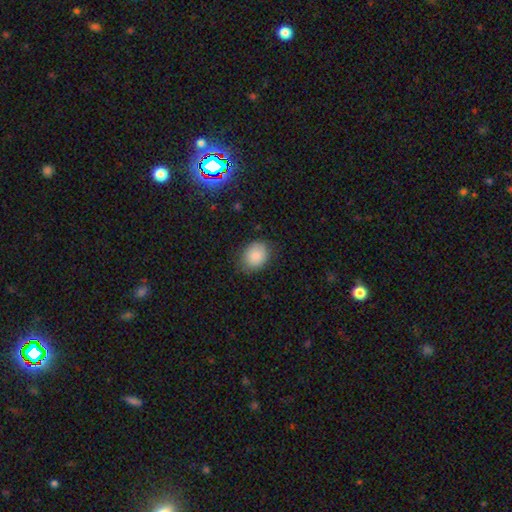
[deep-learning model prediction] This is clearly a smooth galaxy (86%). How rounded: possibly round (50%). Merging: likely none (77%).